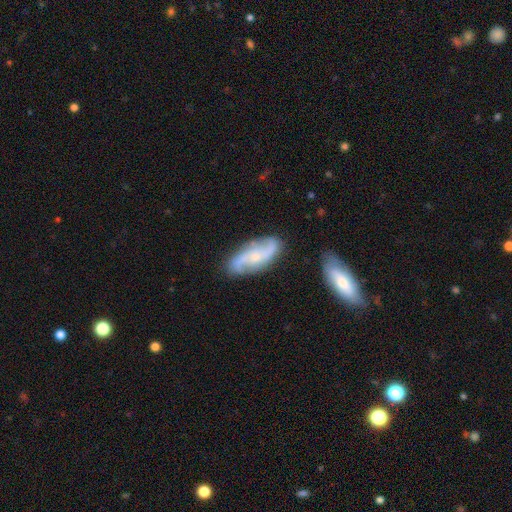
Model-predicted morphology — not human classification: Smooth or featured: featured or disk — 76% (smooth — 18%)
Edge-on disk: no — 91% (yes — 9%)
Bar: no — 59% (weak — 32%)
Spiral arms: yes — 94% (no — 6%)
Spiral winding: loose — 42% (medium — 40%)
Spiral arm count: 2 — 80% (can't tell — 8%)
Bulge size: small — 67% (moderate — 26%)
Merging: none — 77% (minor disturbance — 14%)